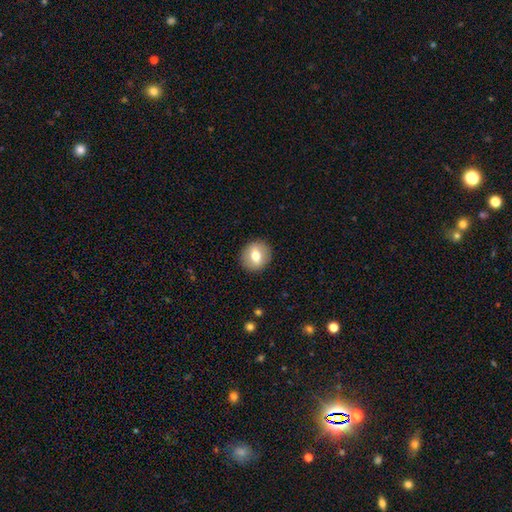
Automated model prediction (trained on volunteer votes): Smooth or featured? smooth (65%)
How rounded? round (80%)
Merging? none (90%)